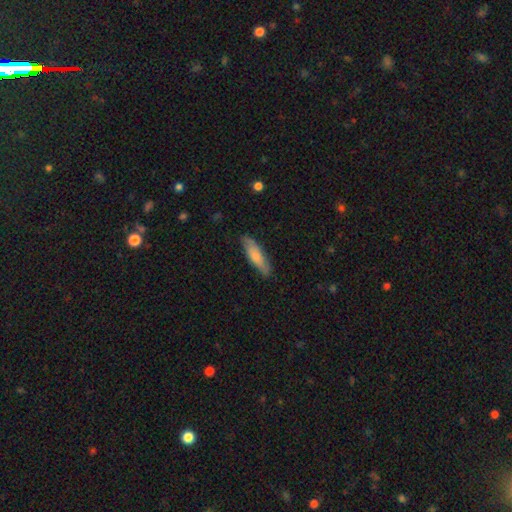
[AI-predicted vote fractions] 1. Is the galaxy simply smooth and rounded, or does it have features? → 71% smooth, 24% featured or disk, 5% star or artifact.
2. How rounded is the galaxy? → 57% cigar-shaped, 41% in between, 2% round.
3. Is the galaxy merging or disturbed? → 82% none, 14% minor disturbance, 2% major disturbance, 1% merger.